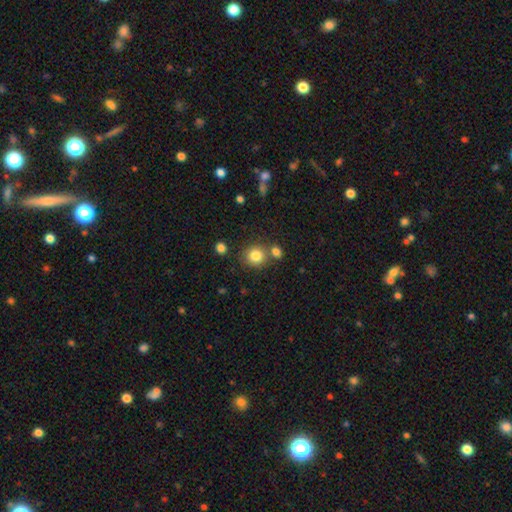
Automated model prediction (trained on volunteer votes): smooth_or_featured: smooth (p=0.83) [alt: star or artifact p=0.10]
how_rounded: round (p=0.85) [alt: in between p=0.14]
merging: none (p=0.68) [alt: merger p=0.19]